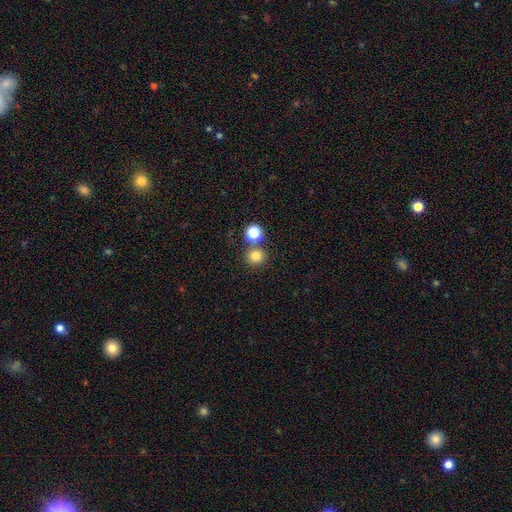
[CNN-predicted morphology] A smooth galaxy with no disk features (79%) that is round (92%).

Vote fractions:
- Smooth or featured? smooth: 79% / star or artifact: 15% / featured or disk: 6%
- How rounded? round: 92% / in between: 7% / cigar-shaped: 1%
- Merging? none: 73% / merger: 17% / minor disturbance: 7% / major disturbance: 3%